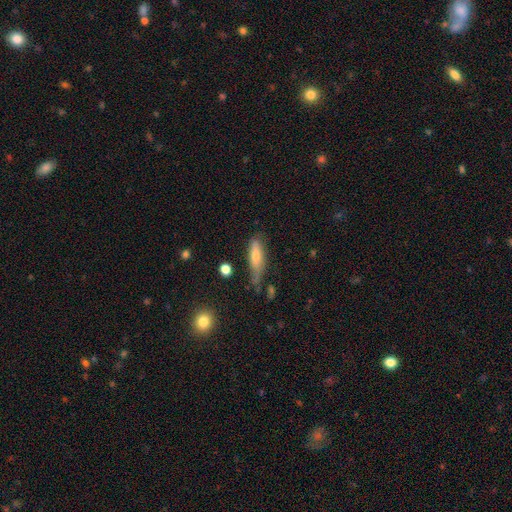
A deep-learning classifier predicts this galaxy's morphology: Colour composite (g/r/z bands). It shows a smooth galaxy with no disk features (67%) that is cigar-shaped (63%). Merging: none (52%).